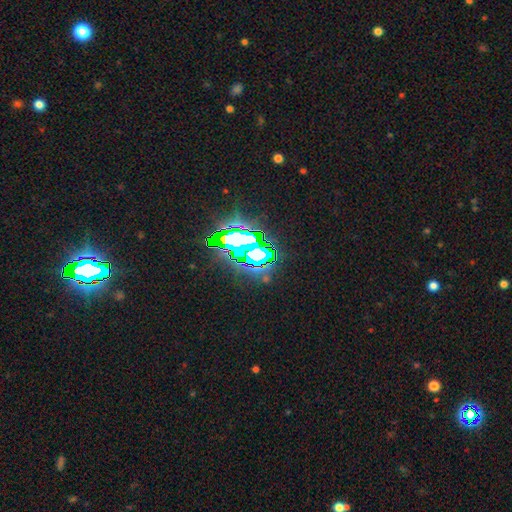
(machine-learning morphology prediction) This is likely a star or artifact rather than a galaxy (76%).